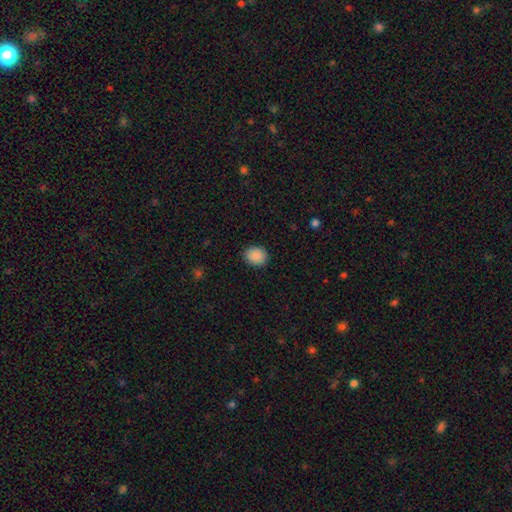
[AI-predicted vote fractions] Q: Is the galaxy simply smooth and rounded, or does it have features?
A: smooth — 88%.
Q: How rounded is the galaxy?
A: round — 64%.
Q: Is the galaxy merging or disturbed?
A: none — 89%.